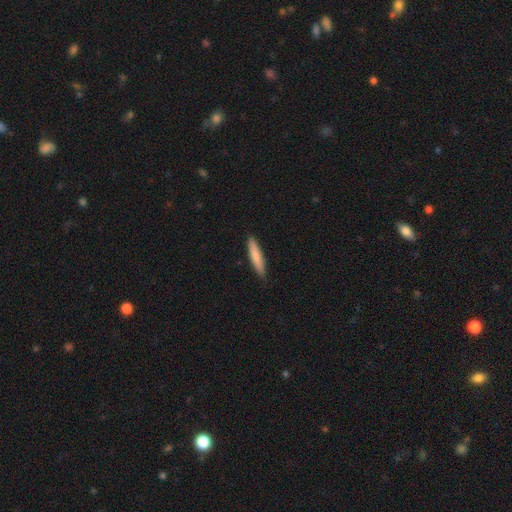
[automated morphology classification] This appears to be a smooth galaxy with no disk features (78%) that is cigar-shaped (89%). Merging: none (88%).